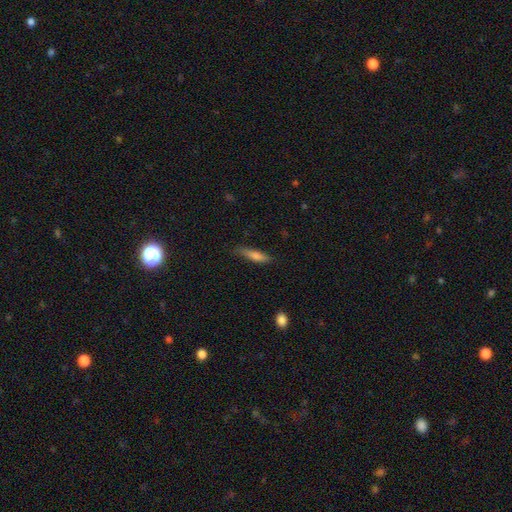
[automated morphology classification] Smooth or featured?
  - smooth: 60% *
  - featured or disk: 31%
  - star or artifact: 9%
How rounded?
  - cigar-shaped: 84% *
  - in between: 14%
  - round: 2%
Merging?
  - none: 79% *
  - minor disturbance: 16%
  - major disturbance: 3%
  - merger: 1%